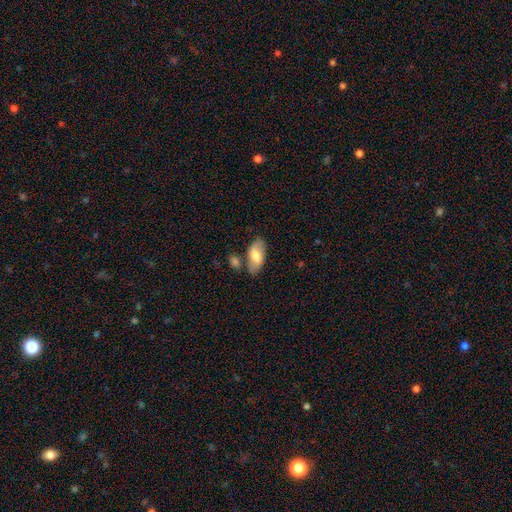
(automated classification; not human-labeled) smooth_or_featured: smooth (p=0.68) [alt: featured or disk p=0.26]
how_rounded: in between (p=0.91) [alt: cigar-shaped p=0.05]
merging: none (p=0.69) [alt: minor disturbance p=0.17]